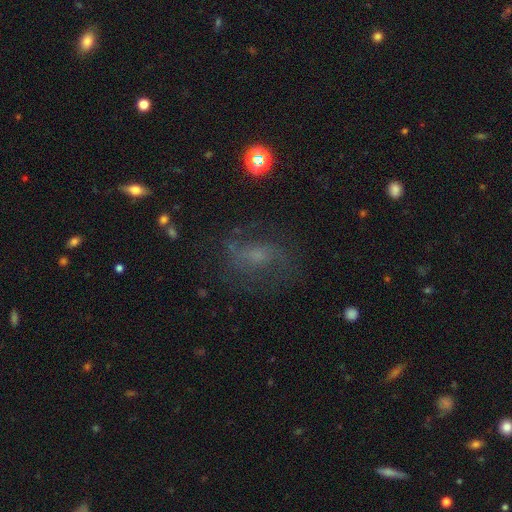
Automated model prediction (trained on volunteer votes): featured or disk 57%, smooth 24%, star or artifact 18%. Down the decision tree: edge-on disk — no (96%); bar — no (52%); spiral arms — yes (79%); bulge size — small (46%); merging — none (64%).